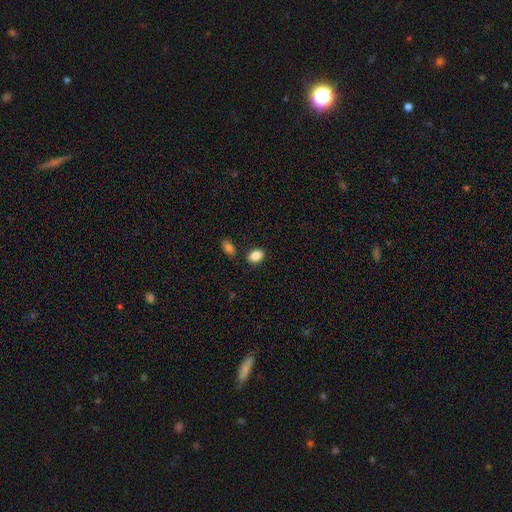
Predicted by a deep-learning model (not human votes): Smooth or featured: smooth — 87% (star or artifact — 8%)
How rounded: in between — 85% (round — 13%)
Merging: none — 82% (minor disturbance — 10%)